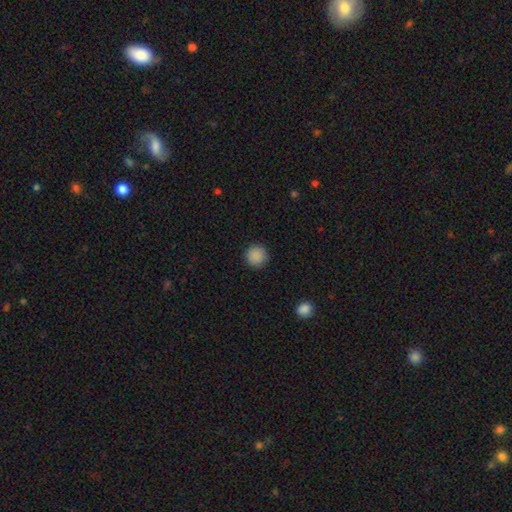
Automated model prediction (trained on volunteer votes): Overall: smooth (89%). How rounded: round (95%). Merging: none (92%).